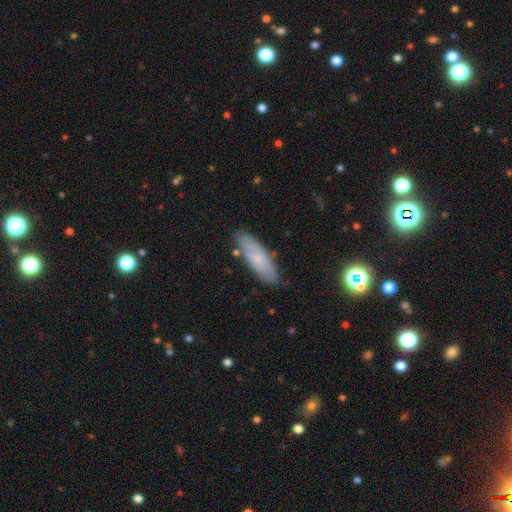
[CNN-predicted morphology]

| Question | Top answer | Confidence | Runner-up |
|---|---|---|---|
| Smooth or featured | smooth | 59% | featured or disk (33%) |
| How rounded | in between | 50% | cigar-shaped (48%) |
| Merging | none | 82% | minor disturbance (14%) |